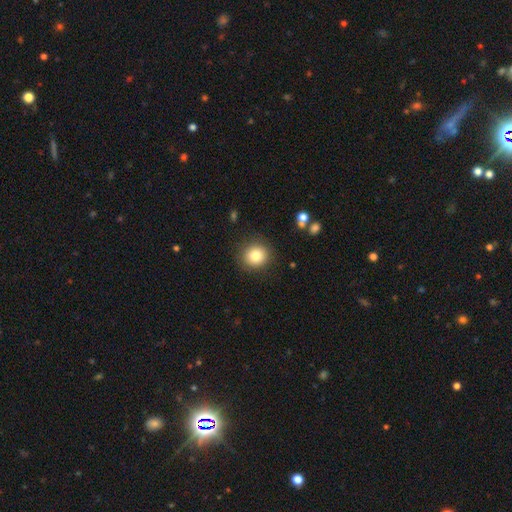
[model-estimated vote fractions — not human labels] Smooth or featured: smooth — 81% (star or artifact — 11%)
How rounded: round — 90% (in between — 9%)
Merging: none — 88% (minor disturbance — 8%)